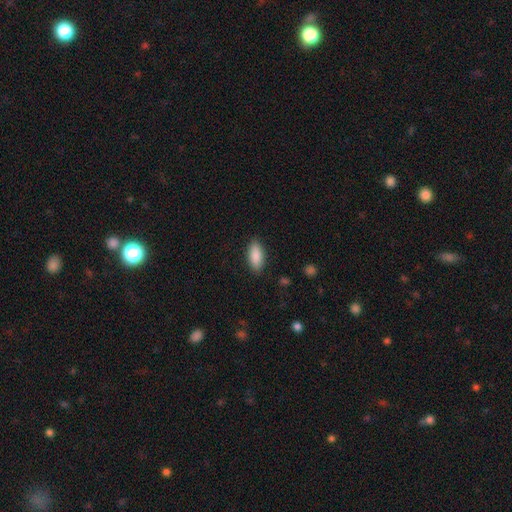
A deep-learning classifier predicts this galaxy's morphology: Smooth or featured? Predicted: smooth (p=0.89). How rounded? Predicted: in between (p=0.86). Merging? Predicted: none (p=0.87).